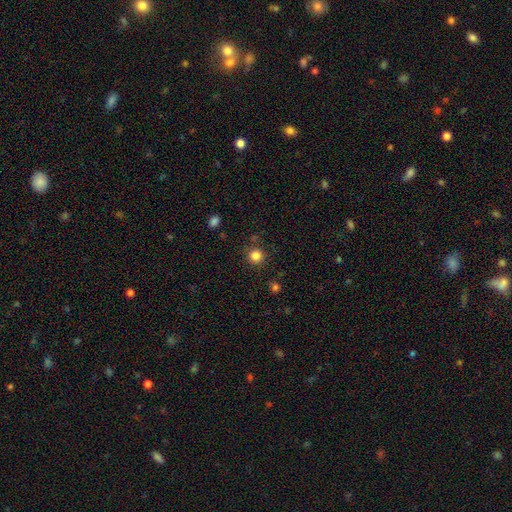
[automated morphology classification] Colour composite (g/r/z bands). It shows a smooth galaxy with no disk features (83%) that is round (94%). Merging: none (88%).